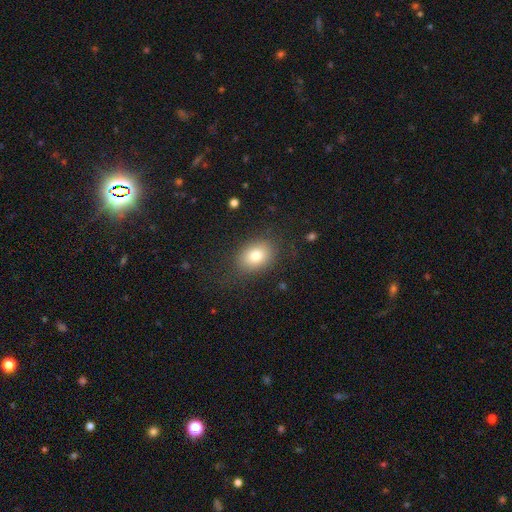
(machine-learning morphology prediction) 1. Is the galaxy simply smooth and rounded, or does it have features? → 79% smooth, 11% featured or disk, 10% star or artifact.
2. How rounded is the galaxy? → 68% in between, 31% round, 1% cigar-shaped.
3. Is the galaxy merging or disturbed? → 80% none, 12% minor disturbance, 6% major disturbance, 1% merger.